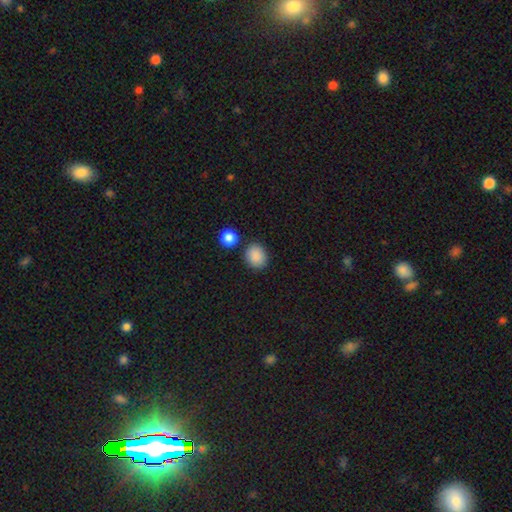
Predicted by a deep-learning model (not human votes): smooth 88%, star or artifact 9%, featured or disk 3%. Down the decision tree: how rounded — round (68%); merging — none (80%).